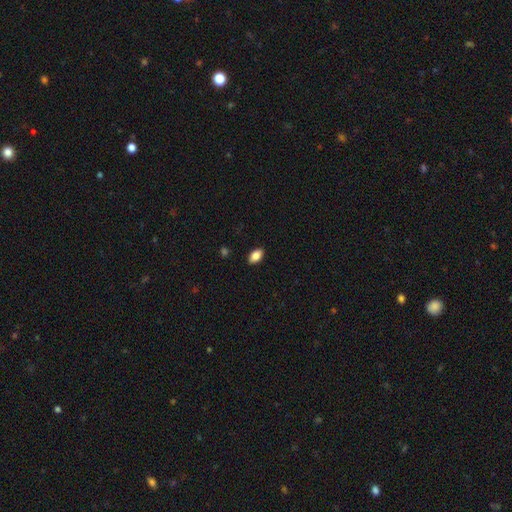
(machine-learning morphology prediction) Overall: smooth (86%). How rounded: in between (92%). Merging: none (89%).